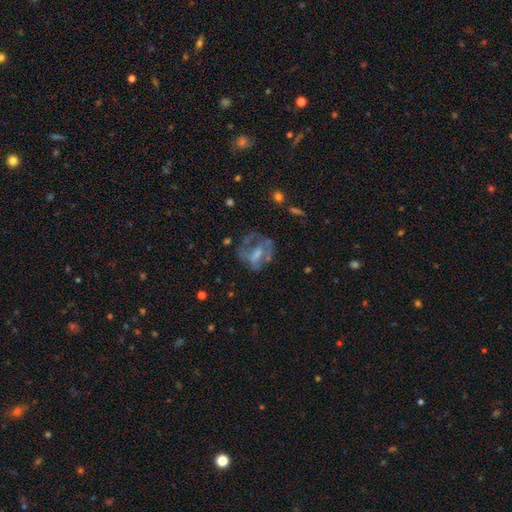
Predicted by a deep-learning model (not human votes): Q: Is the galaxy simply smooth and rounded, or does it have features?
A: featured or disk — 60%.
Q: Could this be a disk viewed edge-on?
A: no — 96%.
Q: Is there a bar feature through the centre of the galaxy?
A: no — 47%.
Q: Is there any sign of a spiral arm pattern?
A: no — 57%.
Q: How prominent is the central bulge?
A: moderate — 33%.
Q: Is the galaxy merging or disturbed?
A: none — 50%.